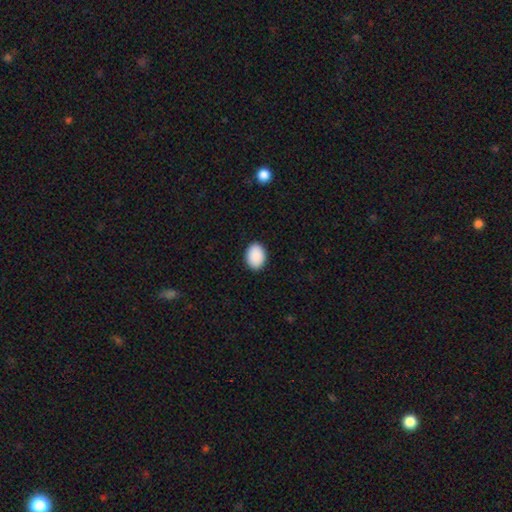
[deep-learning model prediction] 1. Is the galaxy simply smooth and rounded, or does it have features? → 91% smooth, 7% star or artifact, 2% featured or disk.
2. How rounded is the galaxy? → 73% in between, 27% round, 1% cigar-shaped.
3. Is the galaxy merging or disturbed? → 90% none, 7% minor disturbance, 2% major disturbance, 1% merger.